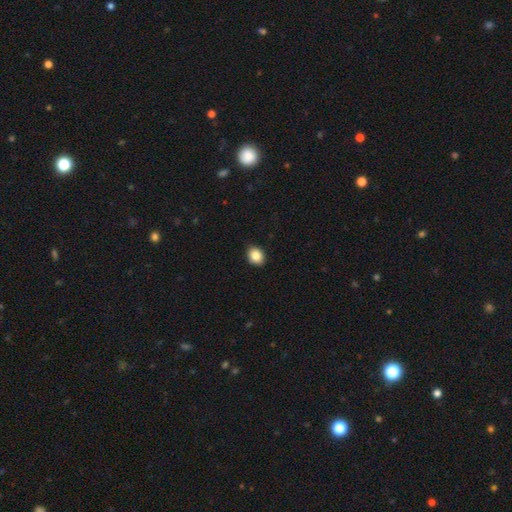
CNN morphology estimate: This is clearly a smooth galaxy (86%). How rounded: possibly in between (53%). Merging: clearly none (89%).